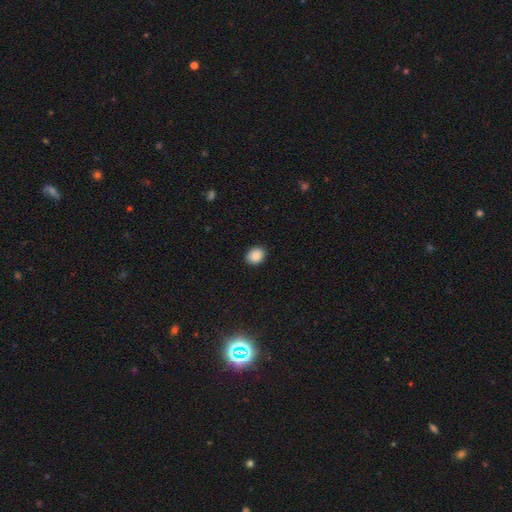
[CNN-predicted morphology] This is clearly a smooth galaxy (88%). How rounded: possibly round (54%). Merging: clearly none (89%).